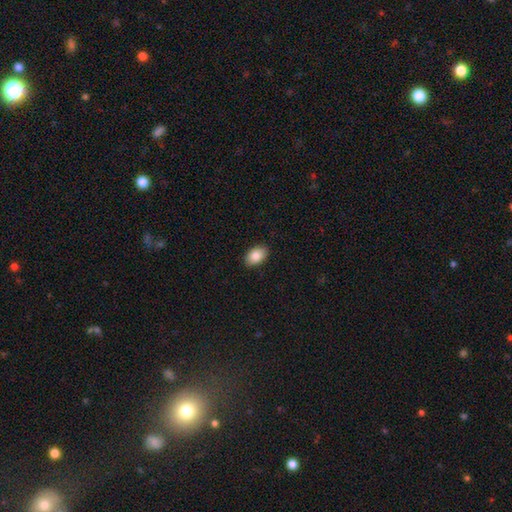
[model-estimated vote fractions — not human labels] Q: Smooth or featured?
A: smooth (88%); runner-up: star or artifact (7%)
Q: How rounded?
A: in between (90%); runner-up: round (9%)
Q: Merging?
A: none (89%); runner-up: minor disturbance (8%)